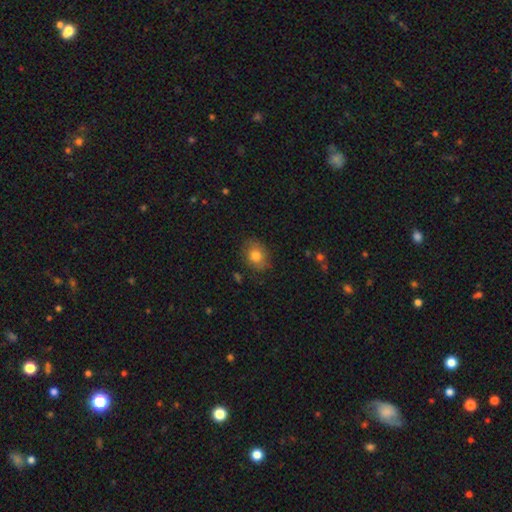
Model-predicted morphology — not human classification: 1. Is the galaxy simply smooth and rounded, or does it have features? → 78% smooth, 13% featured or disk, 9% star or artifact.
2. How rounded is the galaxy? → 57% in between, 42% round, 1% cigar-shaped.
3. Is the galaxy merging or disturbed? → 80% none, 15% minor disturbance, 4% major disturbance, 1% merger.